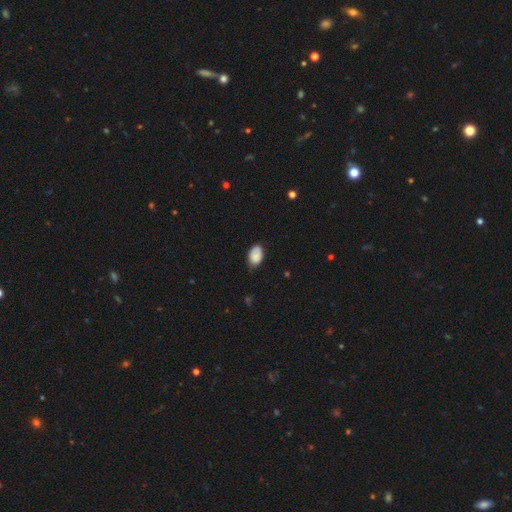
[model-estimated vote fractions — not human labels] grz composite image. It shows a smooth galaxy with no disk features (86%) that is in between round and cigar-shaped (89%). Merging: none (67%).